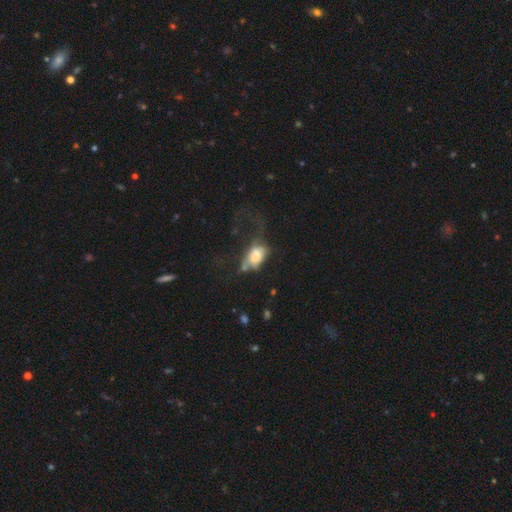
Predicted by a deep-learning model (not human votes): Morphology: type=smooth (62%); roundness=in between (86%); merging=major disturbance (53%).